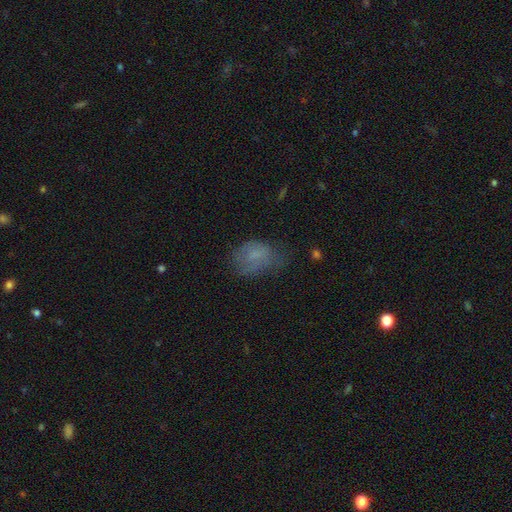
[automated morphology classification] smooth-or-featured: smooth: 64% | featured or disk: 23% | star or artifact: 12%
  how-rounded: in between: 80% | round: 18% | cigar-shaped: 2%
  merging: none: 47% | minor disturbance: 31% | major disturbance: 20% | merger: 2%